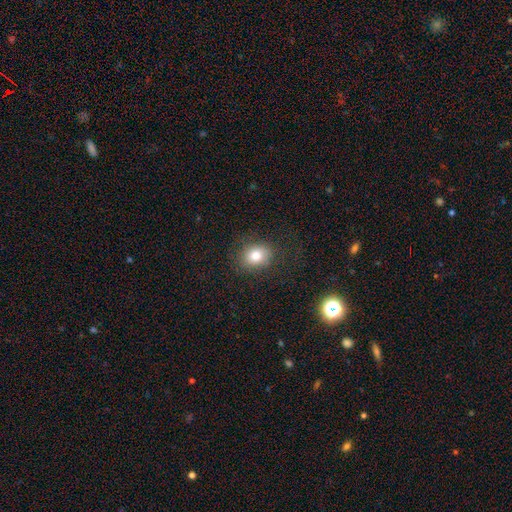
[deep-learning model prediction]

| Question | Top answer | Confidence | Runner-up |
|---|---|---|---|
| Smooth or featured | smooth | 80% | star or artifact (11%) |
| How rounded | round | 55% | in between (44%) |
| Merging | none | 80% | minor disturbance (13%) |